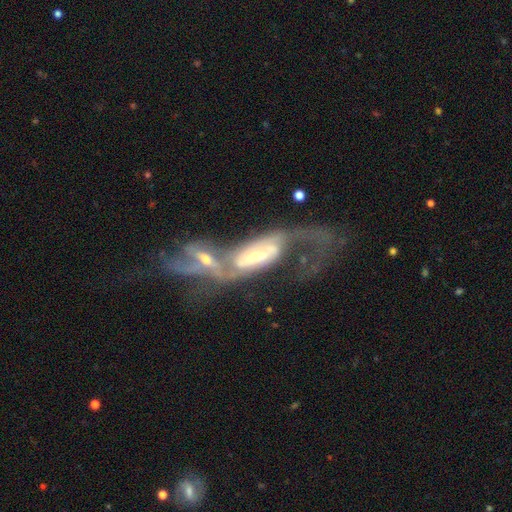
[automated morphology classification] smooth-or-featured: featured or disk: 74% | smooth: 19% | star or artifact: 7%
  disk-edge-on: no: 85% | yes: 15%
    bar: no: 35% | weak: 34% | strong: 31%
    has-spiral-arms: yes: 81% | no: 19%
      spiral-winding: loose: 47% | medium: 30% | tight: 23%
      spiral-arm-count: 2: 55% | can't tell: 25% | 1: 15% | 3: 2% | more than 4: 1% | 4: 1%
    bulge-size: moderate: 50% | small: 37% | large: 8% | none: 3% | dominant: 2%
  merging: merger: 73% | major disturbance: 14% | none: 8% | minor disturbance: 5%